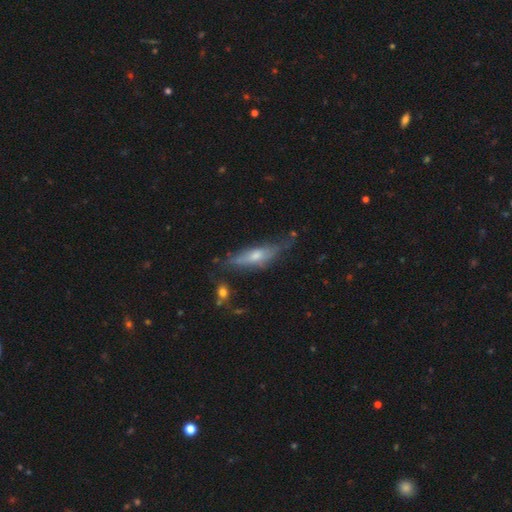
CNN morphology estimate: This appears to be a featured or disk galaxy (56%) viewed edge-on (76%). Merging: none (57%).